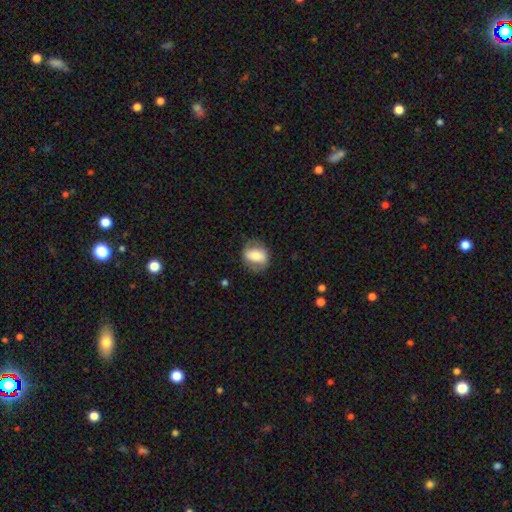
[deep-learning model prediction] Q: Smooth or featured?
A: smooth (59%); runner-up: featured or disk (34%)
Q: How rounded?
A: in between (65%); runner-up: round (32%)
Q: Merging?
A: none (74%); runner-up: minor disturbance (17%)